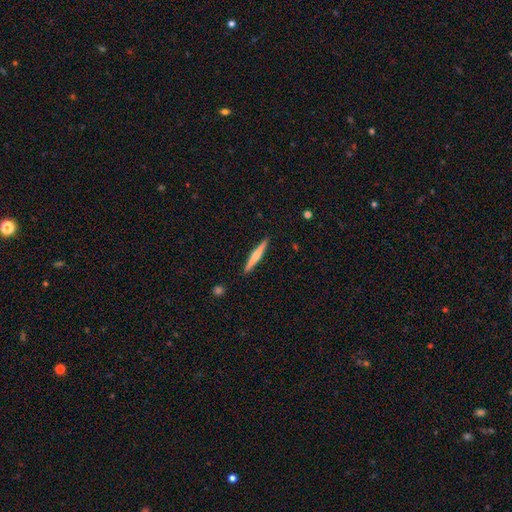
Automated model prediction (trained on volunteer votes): Smooth or featured?
  - smooth: 48% *
  - featured or disk: 47%
  - star or artifact: 5%
Merging?
  - none: 91% *
  - minor disturbance: 7%
  - major disturbance: 1%
  - merger: 1%